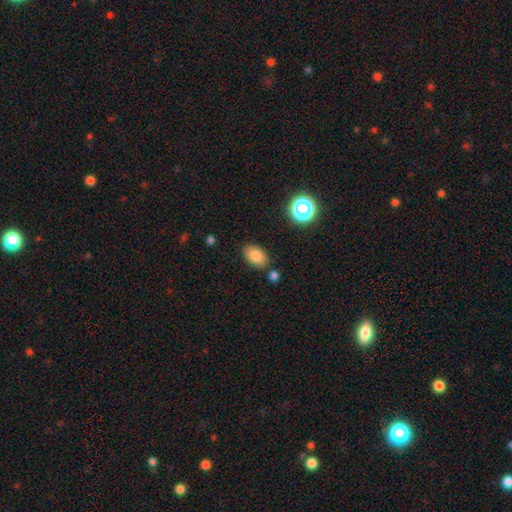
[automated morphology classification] Smooth or featured? smooth (81%)
How rounded? in between (88%)
Merging? none (81%)